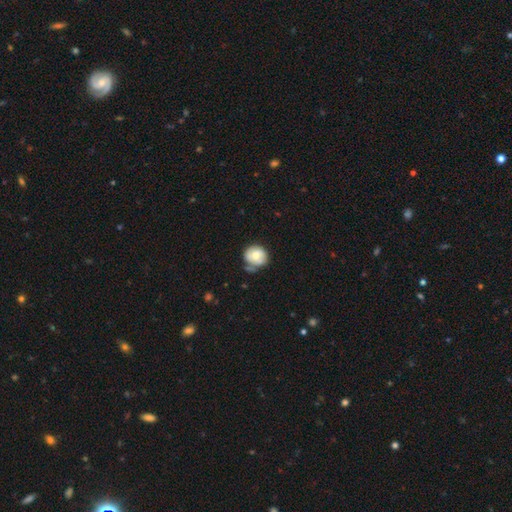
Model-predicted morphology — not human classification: smooth 60%, featured or disk 33%, star or artifact 7%. Down the decision tree: how rounded — round (81%); merging — none (52%).